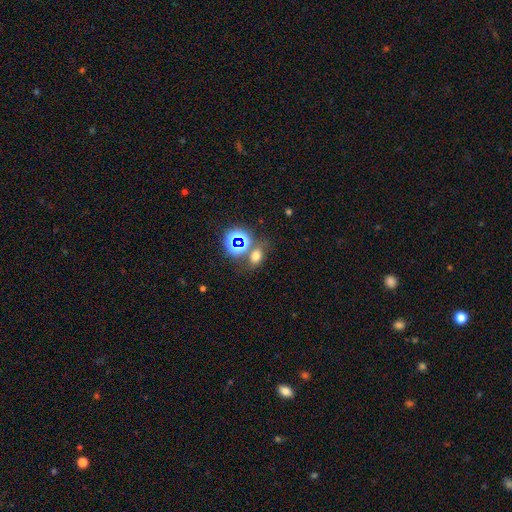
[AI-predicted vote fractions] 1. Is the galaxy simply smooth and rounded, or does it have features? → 60% smooth, 30% star or artifact, 10% featured or disk.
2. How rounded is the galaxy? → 65% in between, 33% round, 2% cigar-shaped.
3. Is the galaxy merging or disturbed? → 64% none, 19% merger, 12% minor disturbance, 5% major disturbance.